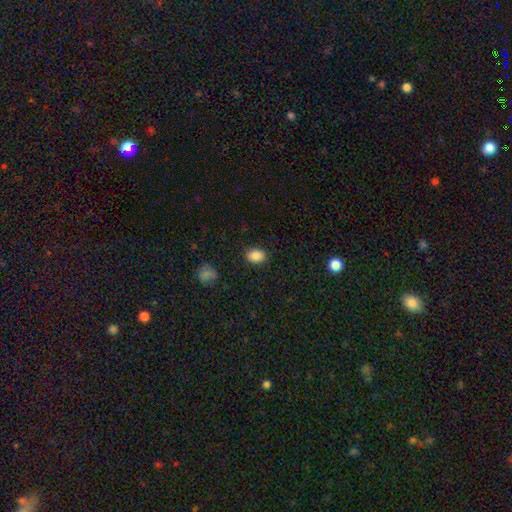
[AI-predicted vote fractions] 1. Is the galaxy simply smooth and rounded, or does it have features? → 88% smooth, 9% star or artifact, 4% featured or disk.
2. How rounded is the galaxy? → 73% in between, 26% round, 1% cigar-shaped.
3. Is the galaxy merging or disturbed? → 88% none, 9% minor disturbance, 2% major disturbance, 1% merger.